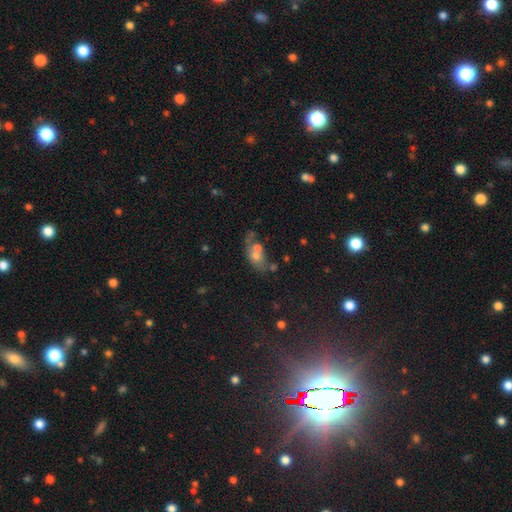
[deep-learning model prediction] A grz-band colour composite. It shows a smooth galaxy with no disk features (50%). Merging: merger (44%).